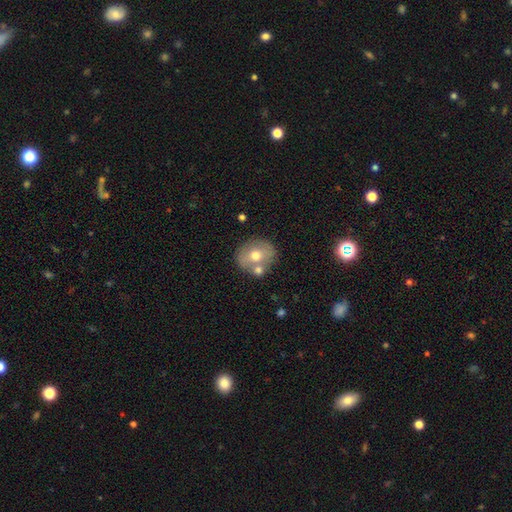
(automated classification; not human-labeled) Smooth or featured? smooth (60%)
How rounded? round (73%)
Merging? none (59%)